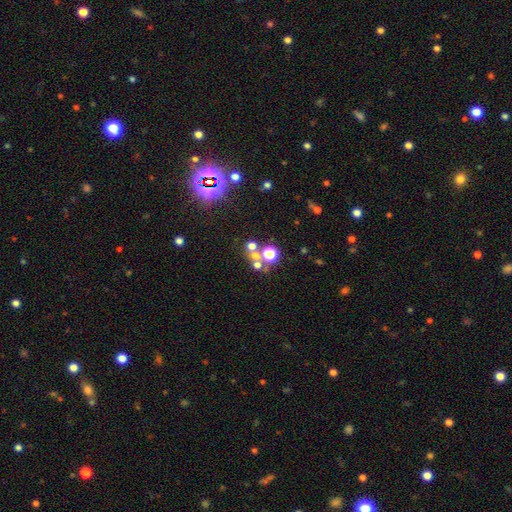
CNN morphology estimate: type=smooth (48%); merging=none (54%).